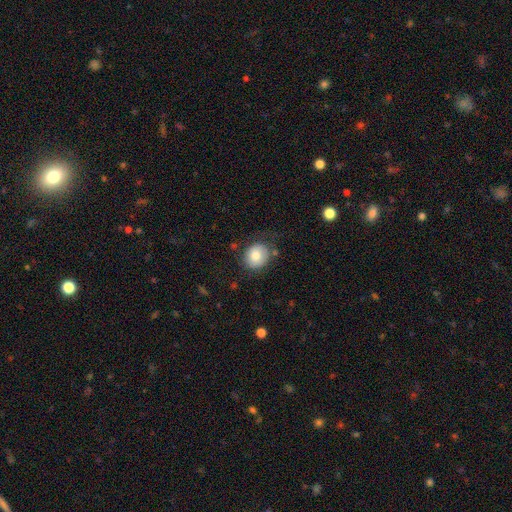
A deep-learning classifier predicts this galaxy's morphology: A smooth galaxy with no disk features (76%) that is round (73%).

Vote fractions:
- Smooth or featured? smooth: 76% / featured or disk: 15% / star or artifact: 9%
- How rounded? round: 73% / in between: 26% / cigar-shaped: 1%
- Merging? none: 76% / minor disturbance: 16% / major disturbance: 6% / merger: 3%